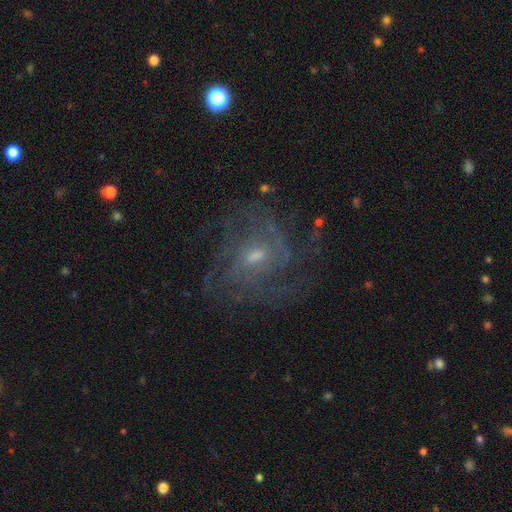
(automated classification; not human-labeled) This is clearly a featured or disk galaxy (80%). It is clearly not viewed edge-on (97%). Bar: possibly no (50%). Spiral arm pattern: clearly yes (92%). Spiral arm count: marginally can't tell (39%). Spiral winding: possibly tight (48%). Central bulge: possibly small (54%). Merging: likely none (71%).